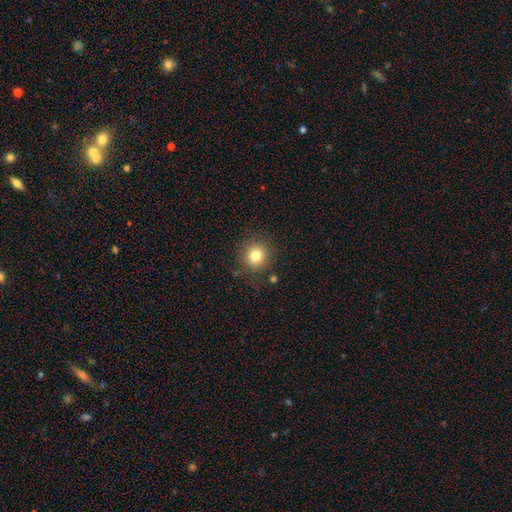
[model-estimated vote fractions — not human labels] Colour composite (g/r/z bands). It shows a smooth galaxy with no disk features (79%) that is round (92%). Merging: none (86%).